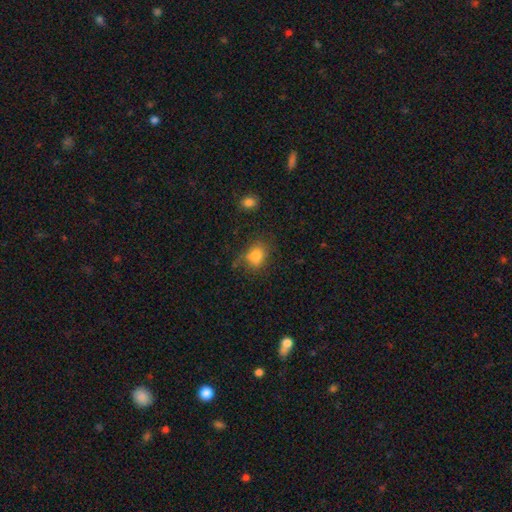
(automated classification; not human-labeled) This is likely a smooth galaxy (79%). How rounded: possibly in between (52%). Merging: likely none (60%).